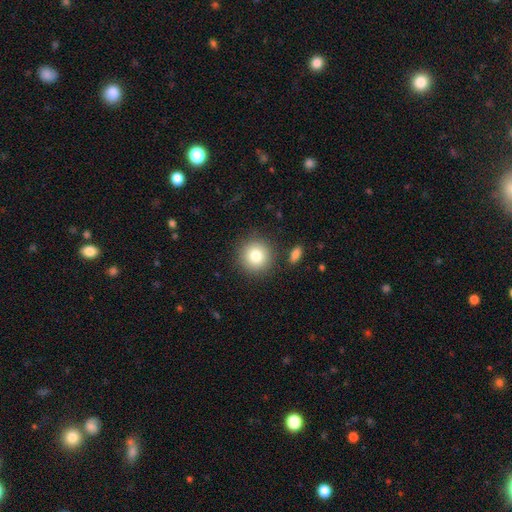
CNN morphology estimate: smooth_or_featured: smooth (p=0.81) [alt: star or artifact p=0.10]
how_rounded: round (p=0.93) [alt: in between p=0.06]
merging: none (p=0.86) [alt: minor disturbance p=0.07]